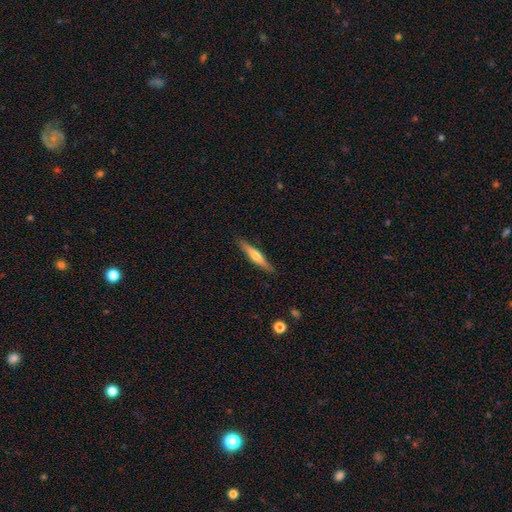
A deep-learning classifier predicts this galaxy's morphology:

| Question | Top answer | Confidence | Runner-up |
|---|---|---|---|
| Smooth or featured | featured or disk | 52% | smooth (43%) |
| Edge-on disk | yes | 95% | no (5%) |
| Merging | none | 89% | minor disturbance (9%) |